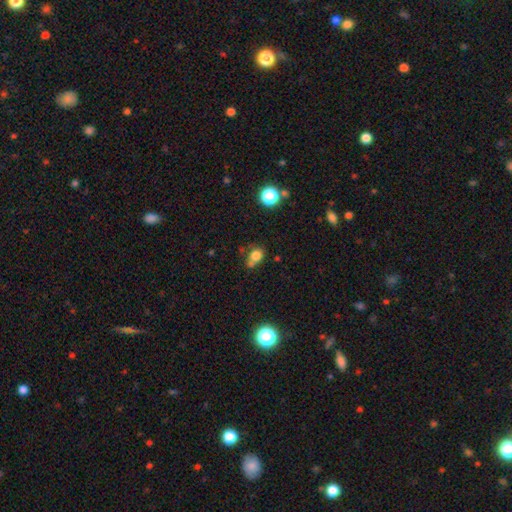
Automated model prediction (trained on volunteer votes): Morphology: type=smooth (76%); roundness=round (56%); merging=none (45%).